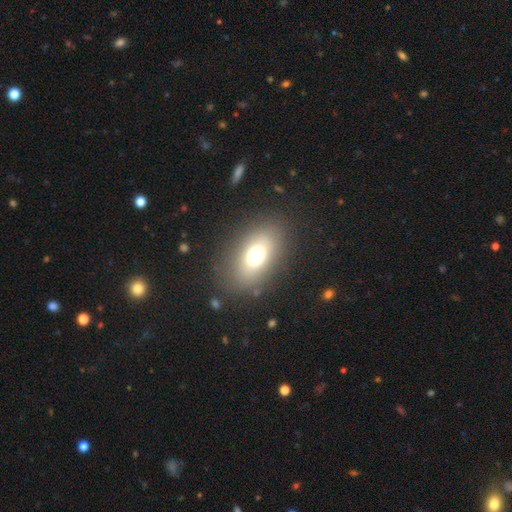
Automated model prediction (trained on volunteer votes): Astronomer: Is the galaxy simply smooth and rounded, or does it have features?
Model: smooth — 71%.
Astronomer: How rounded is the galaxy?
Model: in between — 84%.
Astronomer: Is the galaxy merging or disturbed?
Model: none — 83%.